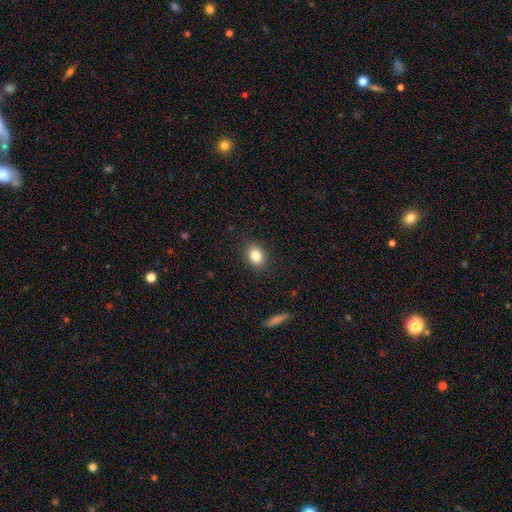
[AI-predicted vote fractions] Smooth or featured? Predicted: smooth (p=0.84). How rounded? Predicted: in between (p=0.56). Merging? Predicted: none (p=0.89).